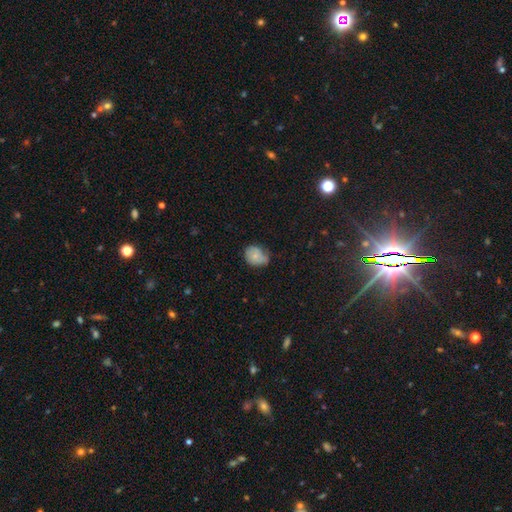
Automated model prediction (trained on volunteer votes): A smooth galaxy with no disk features (70%) that is in between round and cigar-shaped (51%). Merging: none (46%).